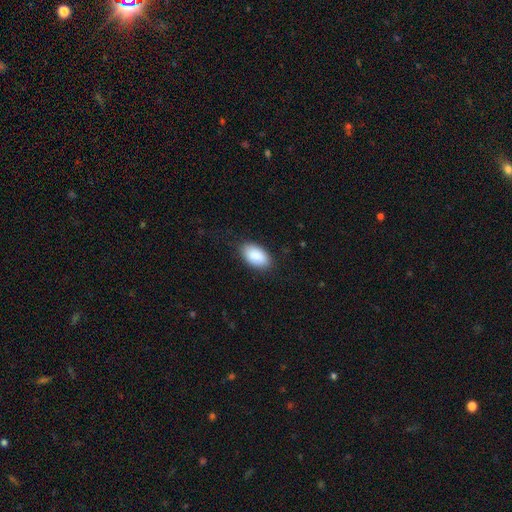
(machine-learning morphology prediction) Overall: smooth (90%). How rounded: in between (95%). Merging: none (84%).